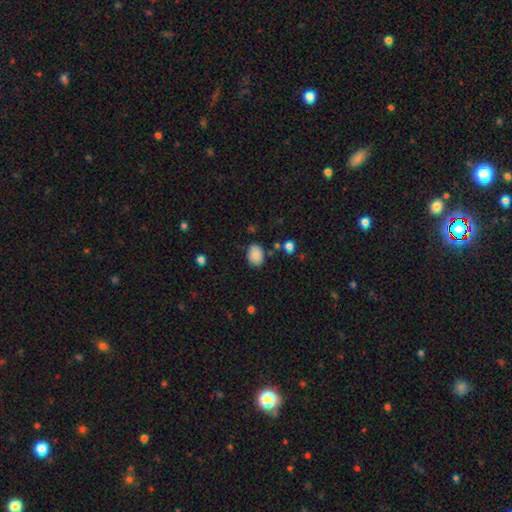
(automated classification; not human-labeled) Smooth or featured?
  - smooth: 87% *
  - star or artifact: 8%
  - featured or disk: 4%
How rounded?
  - in between: 70% *
  - round: 29%
  - cigar-shaped: 1%
Merging?
  - none: 77% *
  - minor disturbance: 16%
  - major disturbance: 4%
  - merger: 3%